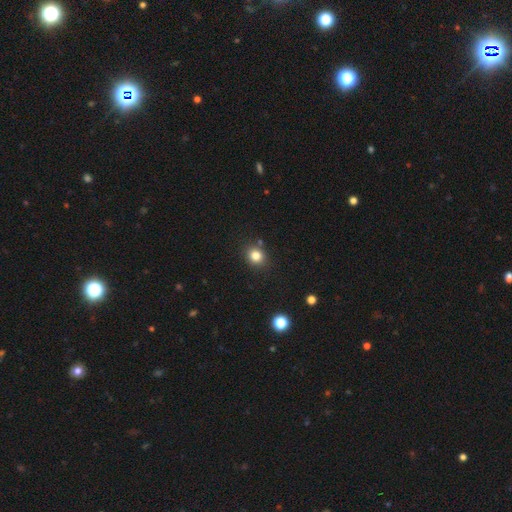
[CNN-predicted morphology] Smooth or featured? smooth (82%)
How rounded? round (75%)
Merging? none (84%)